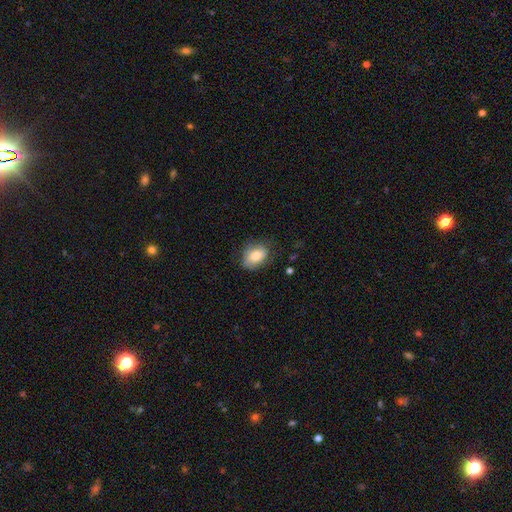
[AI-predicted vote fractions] smooth-or-featured: smooth: 79% | featured or disk: 13% | star or artifact: 8%
  how-rounded: in between: 81% | round: 18% | cigar-shaped: 1%
  merging: none: 70% | minor disturbance: 22% | major disturbance: 6% | merger: 1%